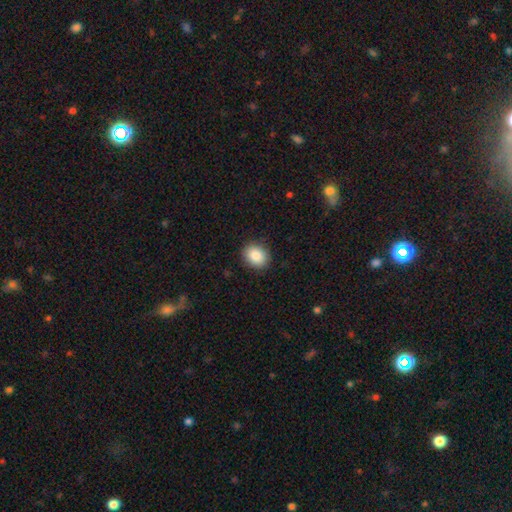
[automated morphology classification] smooth 88%, star or artifact 8%, featured or disk 4%. Down the decision tree: how rounded — round (55%); merging — none (89%).